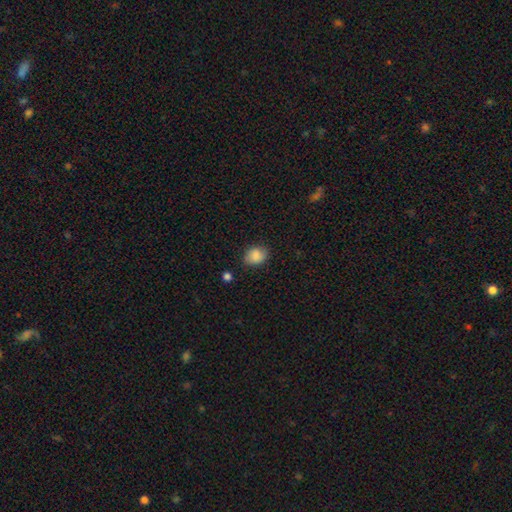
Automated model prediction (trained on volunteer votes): A smooth galaxy with no disk features (87%) that is in between round and cigar-shaped (51%). Merging: none (80%).